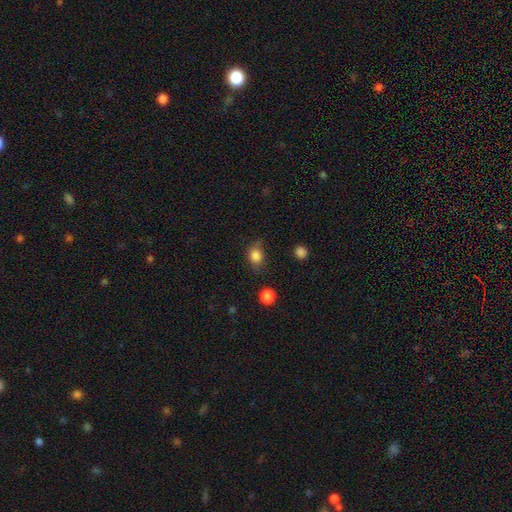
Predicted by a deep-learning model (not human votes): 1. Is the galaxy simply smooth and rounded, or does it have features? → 83% smooth, 11% star or artifact, 7% featured or disk.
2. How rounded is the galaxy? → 53% round, 46% in between, 1% cigar-shaped.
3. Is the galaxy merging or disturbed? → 64% none, 25% minor disturbance, 7% major disturbance, 3% merger.